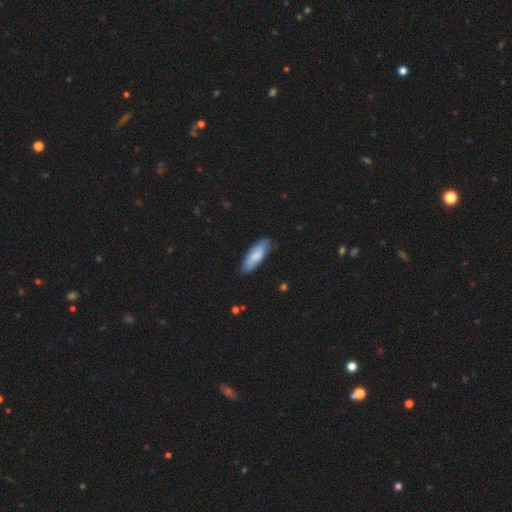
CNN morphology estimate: The model was most divided on "how rounded": in between: 62%, cigar-shaped: 36%, round: 2%. More confident: merging — none (79%); smooth or featured — smooth (76%).